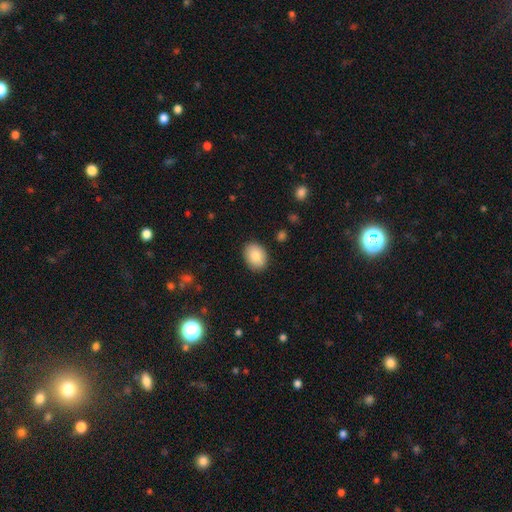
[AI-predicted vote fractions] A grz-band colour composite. It shows a smooth galaxy with no disk features (84%) that is in between round and cigar-shaped (70%). Merging: none (88%).